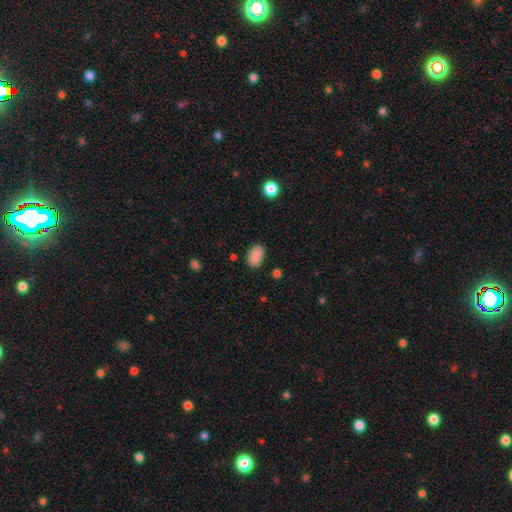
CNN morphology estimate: Smooth or featured? Predicted: smooth (p=0.89). How rounded? Predicted: in between (p=0.90). Merging? Predicted: none (p=0.85).